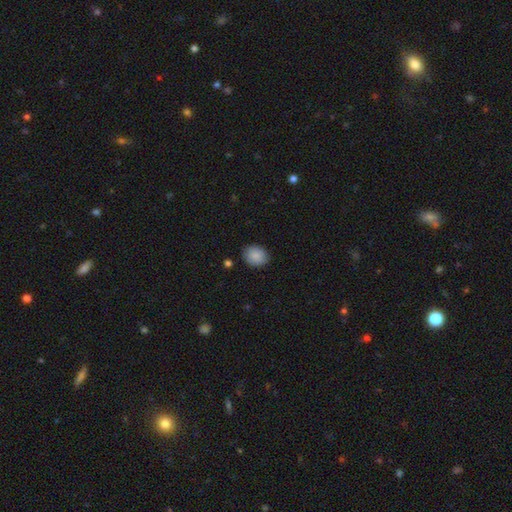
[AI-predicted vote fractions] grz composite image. It shows a smooth galaxy with no disk features (89%) that is round (54%). Merging: none (86%).